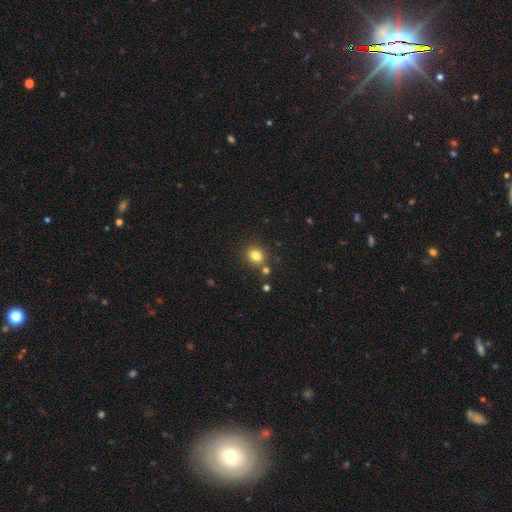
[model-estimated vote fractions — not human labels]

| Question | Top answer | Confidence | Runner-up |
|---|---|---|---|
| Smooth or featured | smooth | 81% | star or artifact (12%) |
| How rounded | round | 63% | in between (36%) |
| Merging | none | 76% | minor disturbance (10%) |